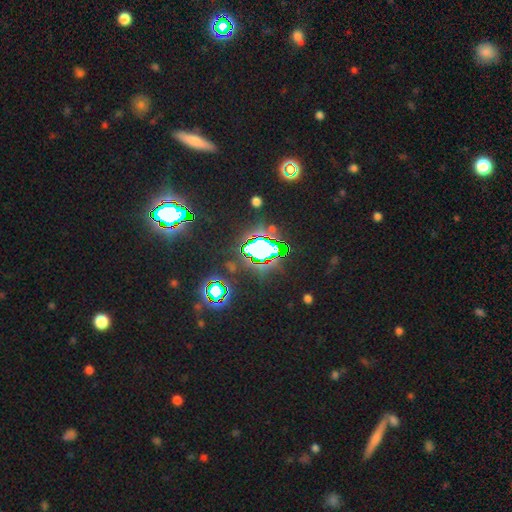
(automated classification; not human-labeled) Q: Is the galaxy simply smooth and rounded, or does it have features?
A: star or artifact — 70%.